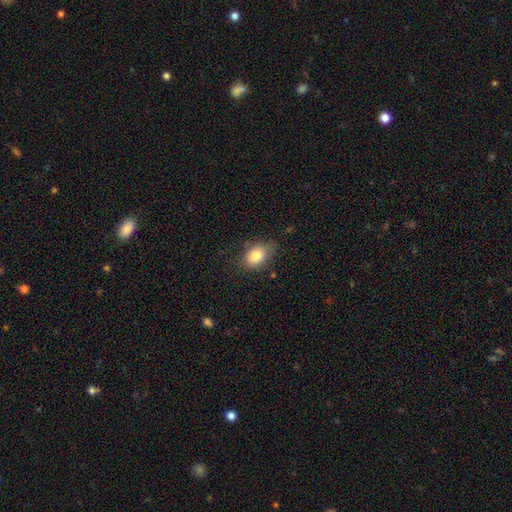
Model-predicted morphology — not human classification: type=smooth (81%); roundness=in between (78%); merging=none (73%).